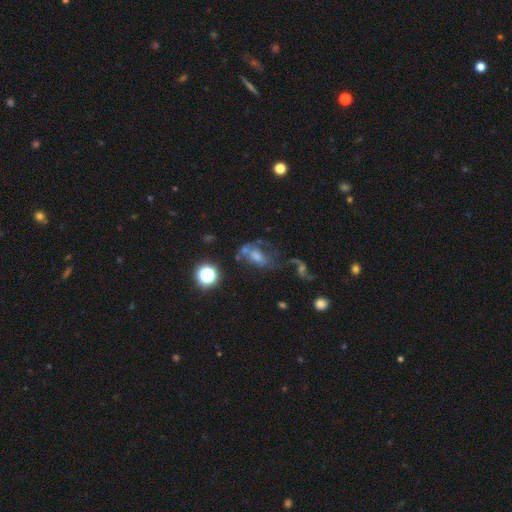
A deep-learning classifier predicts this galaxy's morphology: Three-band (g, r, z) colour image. It shows a smooth galaxy with no disk features (44%). Merging: none (32%).